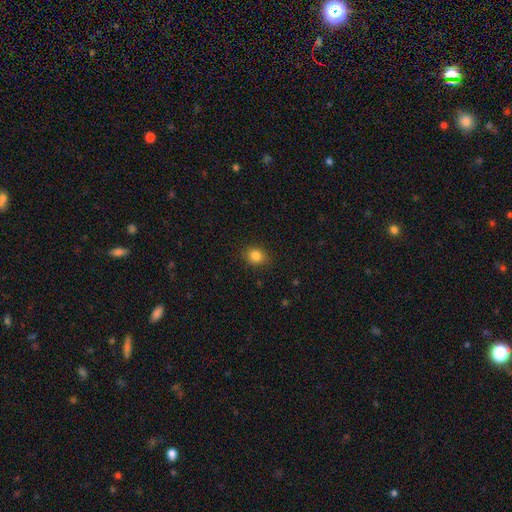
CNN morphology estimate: Smooth or featured? Predicted: smooth (p=0.83). How rounded? Predicted: round (p=0.60). Merging? Predicted: none (p=0.87).